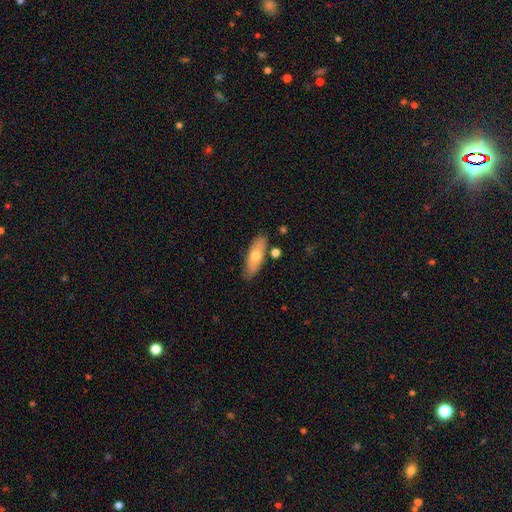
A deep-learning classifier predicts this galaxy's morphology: This is likely a smooth galaxy (63%). How rounded: likely in between (69%). Merging: likely none (78%).